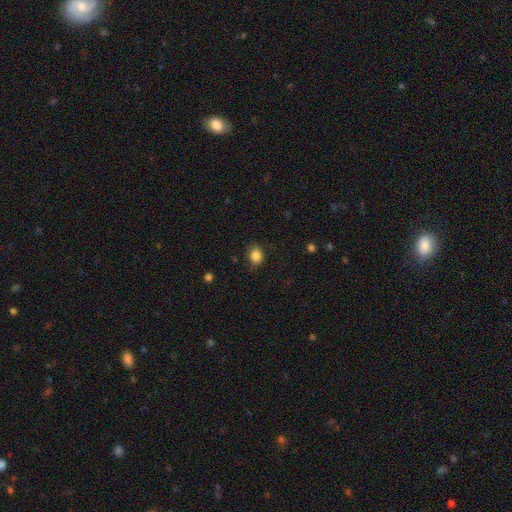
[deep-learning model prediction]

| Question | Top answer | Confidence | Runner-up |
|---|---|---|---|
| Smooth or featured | smooth | 86% | star or artifact (10%) |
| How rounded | in between | 62% | round (37%) |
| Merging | none | 79% | minor disturbance (17%) |